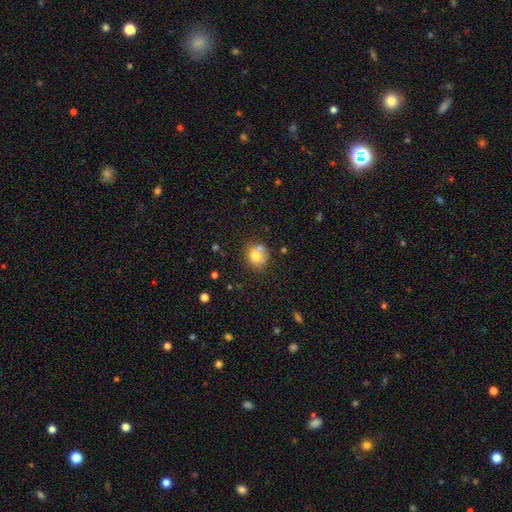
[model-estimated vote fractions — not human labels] Overall: smooth (72%). How rounded: round (79%). Merging: none (55%; merger 26%).